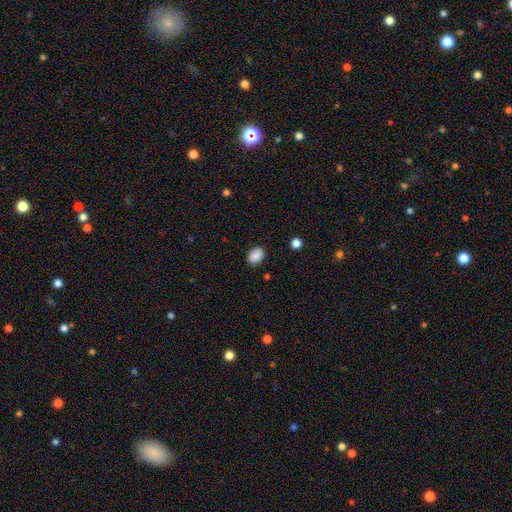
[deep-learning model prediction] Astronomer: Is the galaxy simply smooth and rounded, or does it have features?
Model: smooth — 89%.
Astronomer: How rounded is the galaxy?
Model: in between — 81%.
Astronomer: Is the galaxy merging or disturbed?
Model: none — 86%.